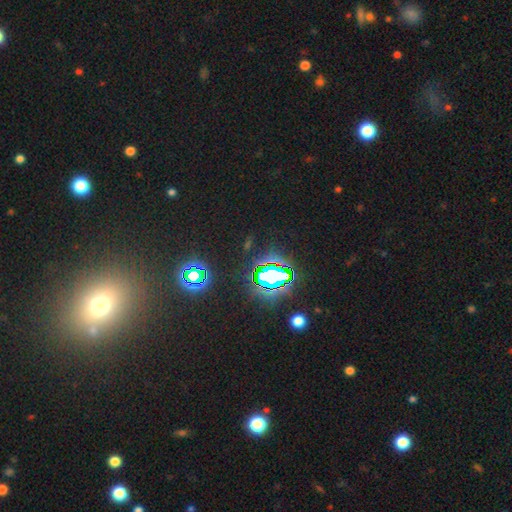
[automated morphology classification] star or artifact 79%, smooth 13%, featured or disk 8%.